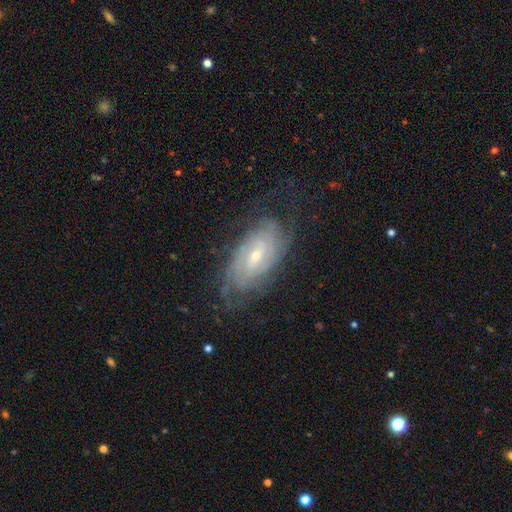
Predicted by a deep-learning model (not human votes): Smooth or featured? Predicted: featured or disk (p=0.82). Edge-on disk? Predicted: no (p=0.93). Bar? Predicted: weak (p=0.48). Spiral arms? Predicted: yes (p=0.94). Spiral winding? Predicted: tight (p=0.74). Spiral arm count? Predicted: can't tell (p=0.47). Bulge size? Predicted: small (p=0.57). Merging? Predicted: none (p=0.72).